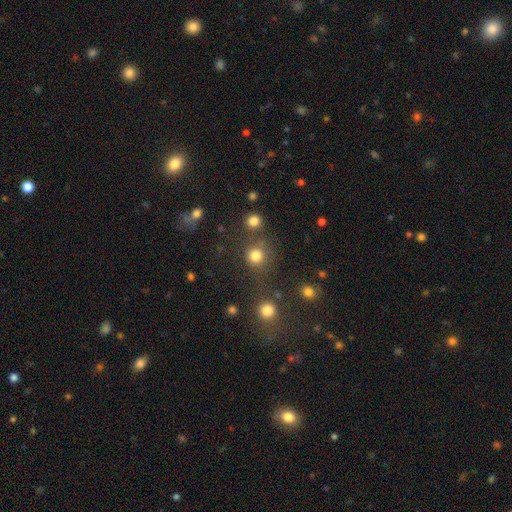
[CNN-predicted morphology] The model was most divided on "merging": none: 73%, merger: 12%, minor disturbance: 10%, major disturbance: 6%. More confident: how rounded — round (91%); smooth or featured — smooth (81%).